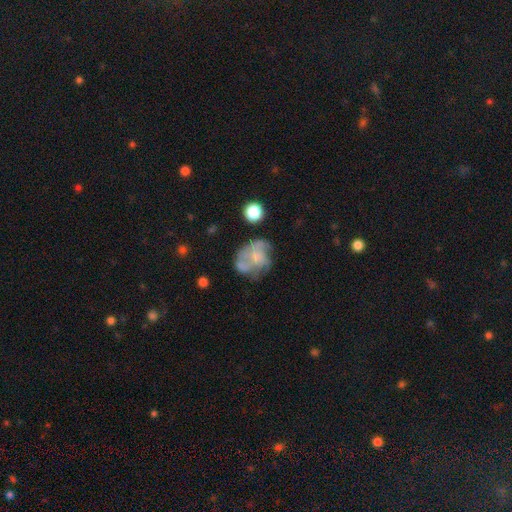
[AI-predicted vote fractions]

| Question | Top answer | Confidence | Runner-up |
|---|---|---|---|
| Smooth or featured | featured or disk | 63% | smooth (28%) |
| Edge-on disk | no | 98% | yes (2%) |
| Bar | no | 82% | weak (16%) |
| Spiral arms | yes | 66% | no (34%) |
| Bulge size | small | 49% | none (25%) |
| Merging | none | 44% | major disturbance (26%) |